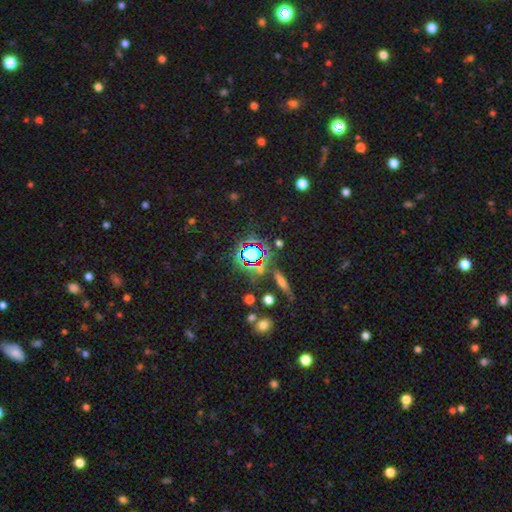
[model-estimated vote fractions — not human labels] Q: Smooth or featured?
A: star or artifact (60%); runner-up: smooth (26%)